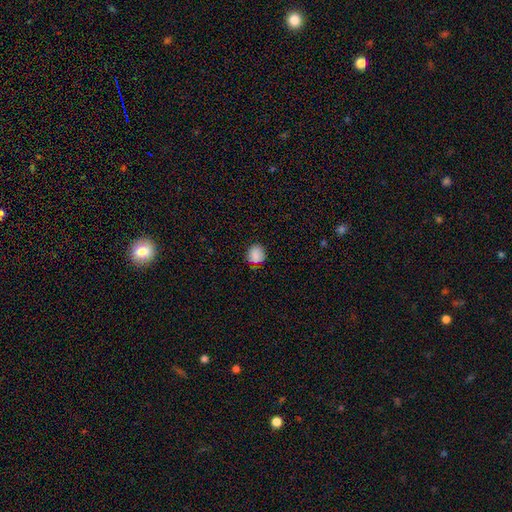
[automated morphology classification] Smooth or featured? Predicted: smooth (p=0.85). How rounded? Predicted: round (p=0.82). Merging? Predicted: none (p=0.80).